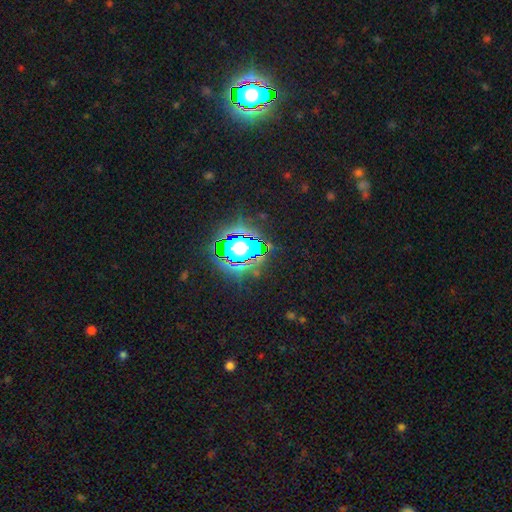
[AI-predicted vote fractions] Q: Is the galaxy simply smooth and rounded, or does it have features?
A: star or artifact — 79%.